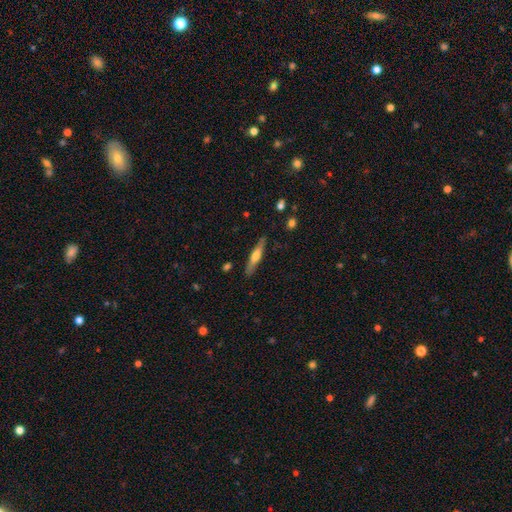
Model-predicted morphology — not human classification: Smooth or featured? Predicted: featured or disk (p=0.55). Edge-on disk? Predicted: yes (p=0.95). Edge-on bulge? Predicted: rounded (p=0.87). Merging? Predicted: none (p=0.88).